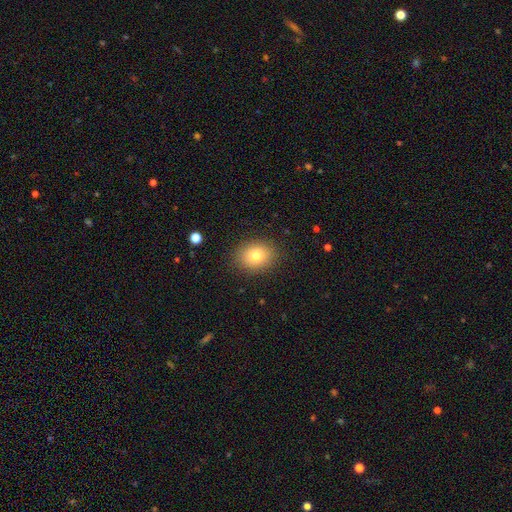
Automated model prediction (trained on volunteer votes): Q: Smooth or featured?
A: smooth (79%); runner-up: featured or disk (11%)
Q: How rounded?
A: round (50%); runner-up: in between (49%)
Q: Merging?
A: none (88%); runner-up: minor disturbance (9%)